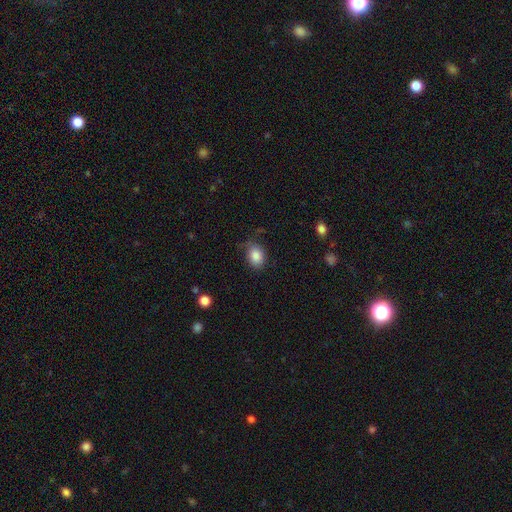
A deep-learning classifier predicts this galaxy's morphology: Q: Smooth or featured?
A: smooth (86%); runner-up: star or artifact (9%)
Q: How rounded?
A: in between (60%); runner-up: round (39%)
Q: Merging?
A: none (72%); runner-up: minor disturbance (21%)